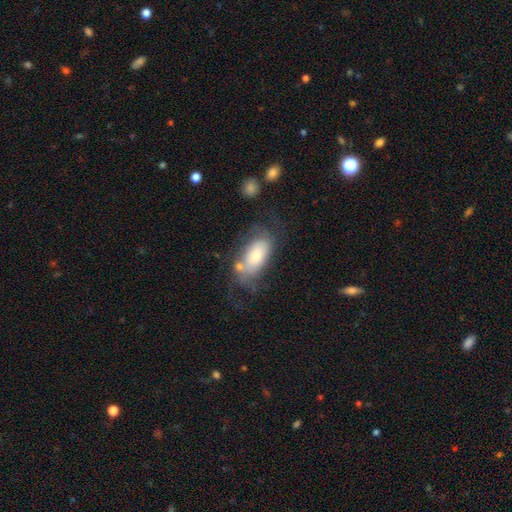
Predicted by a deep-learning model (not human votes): The model was most divided on "merging": none: 44%, minor disturbance: 25%, major disturbance: 20%, merger: 11%. More confident: how rounded — in between (91%); smooth or featured — smooth (60%).